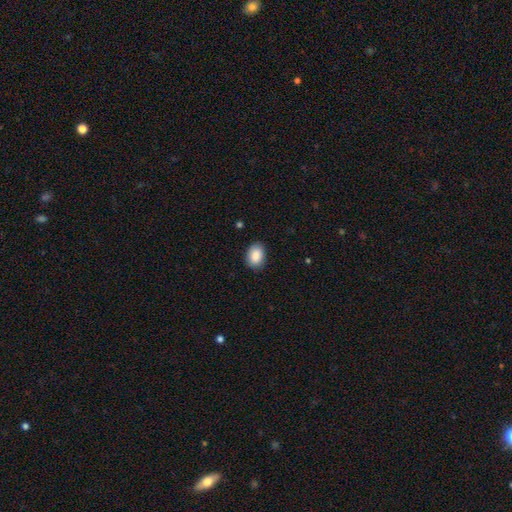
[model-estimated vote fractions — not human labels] A smooth galaxy with no disk features (88%) that is in between round and cigar-shaped (77%). Merging: none (86%).